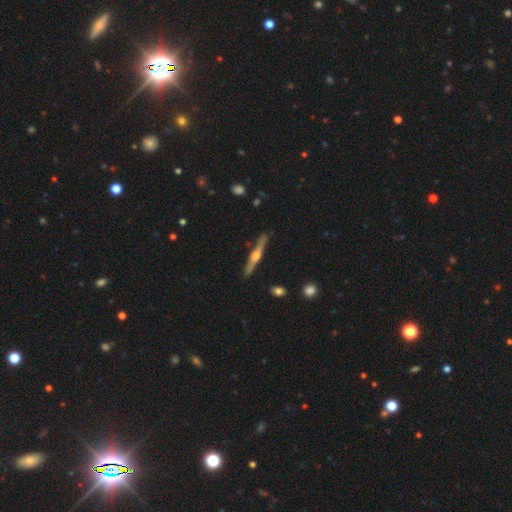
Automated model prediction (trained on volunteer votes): smooth-or-featured: featured or disk: 74% | smooth: 20% | star or artifact: 5%
  disk-edge-on: yes: 98% | no: 2%
    edge-on-bulge: rounded: 90% | boxy: 5% | none: 4%
  merging: none: 88% | minor disturbance: 9% | merger: 2% | major disturbance: 2%